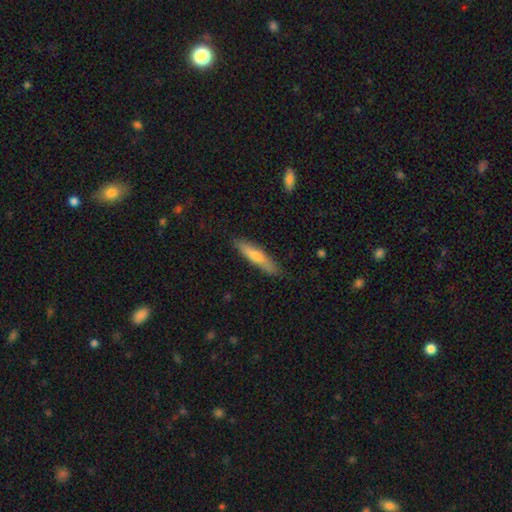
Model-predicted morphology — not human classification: Smooth or featured? Predicted: smooth (p=0.66). How rounded? Predicted: cigar-shaped (p=0.85). Merging? Predicted: none (p=0.83).